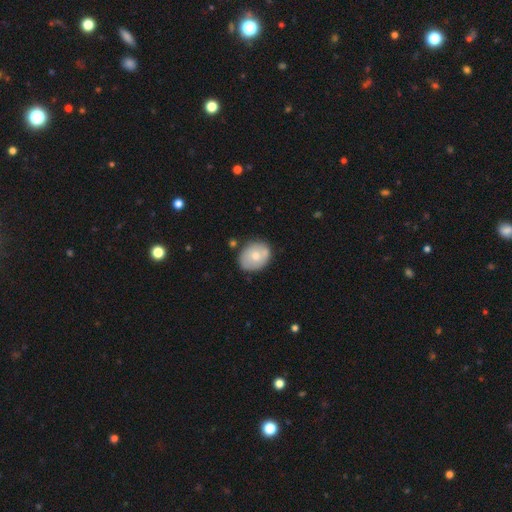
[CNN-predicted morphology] smooth-or-featured: smooth: 66% | featured or disk: 28% | star or artifact: 7%
  how-rounded: in between: 51% | round: 48% | cigar-shaped: 1%
  merging: none: 73% | minor disturbance: 18% | merger: 6% | major disturbance: 4%